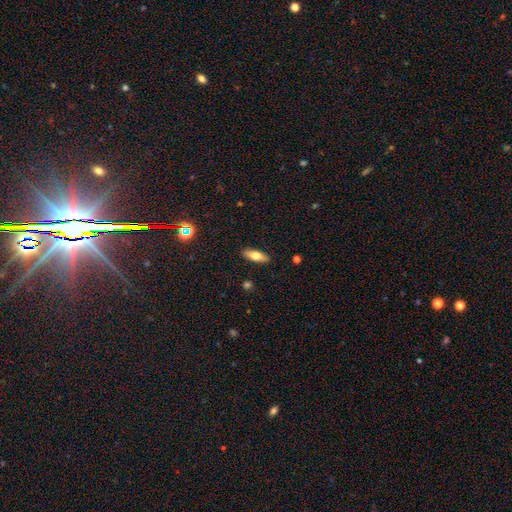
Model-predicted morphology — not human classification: Smooth or featured: smooth — 68% (featured or disk — 25%)
How rounded: in between — 63% (cigar-shaped — 35%)
Merging: none — 89% (minor disturbance — 8%)